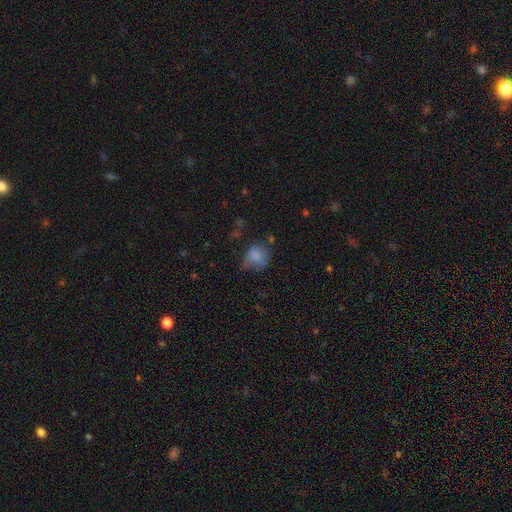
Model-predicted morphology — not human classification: The model was most divided on "merging": none: 44%, minor disturbance: 33%, major disturbance: 18%, merger: 5%. More confident: smooth or featured — smooth (76%); how rounded — round (64%).